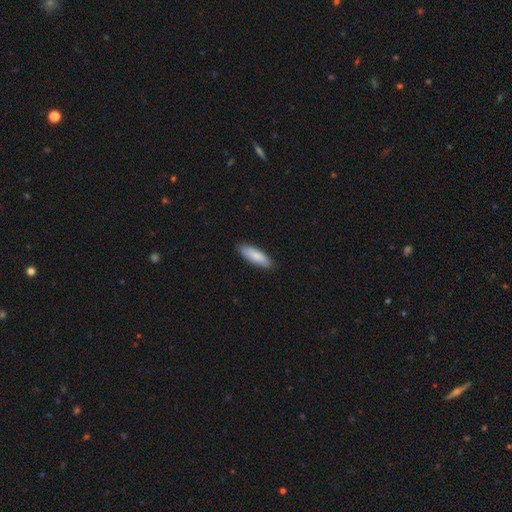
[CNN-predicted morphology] This appears to be a smooth galaxy with no disk features (85%) that is in between round and cigar-shaped (52%). Merging: none (87%).